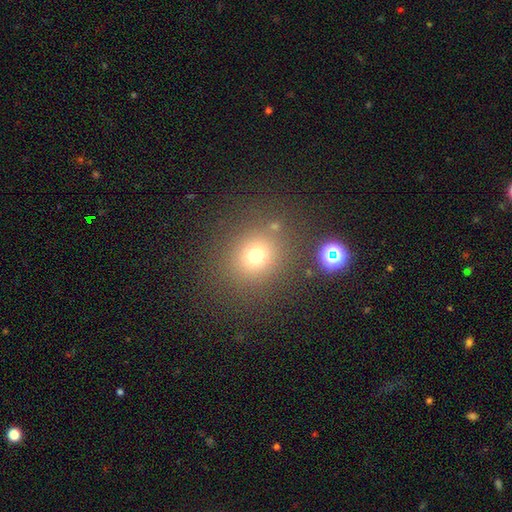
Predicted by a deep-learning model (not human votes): smooth-or-featured: smooth: 71% | star or artifact: 20% | featured or disk: 9%
  how-rounded: round: 83% | in between: 16% | cigar-shaped: 1%
  merging: none: 81% | minor disturbance: 9% | major disturbance: 5% | merger: 5%